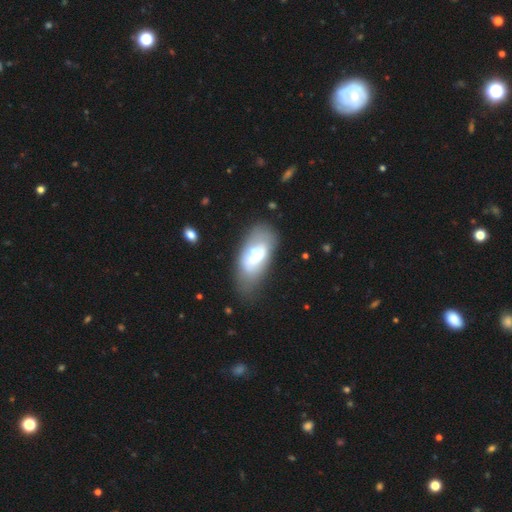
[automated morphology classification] Smooth or featured? smooth (47%)
Merging? none (36%)